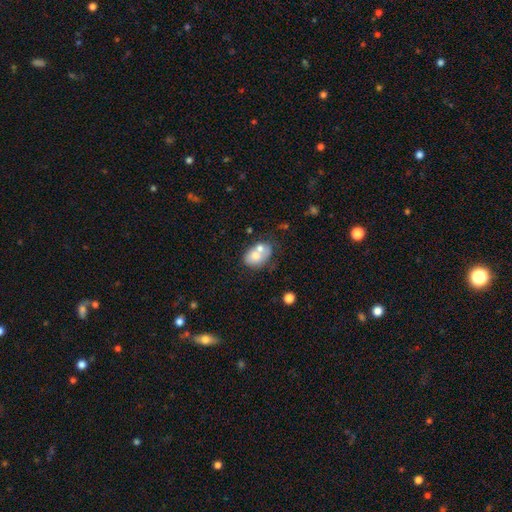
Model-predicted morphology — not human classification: Smooth or featured? smooth (64%)
How rounded? in between (71%)
Merging? merger (51%)